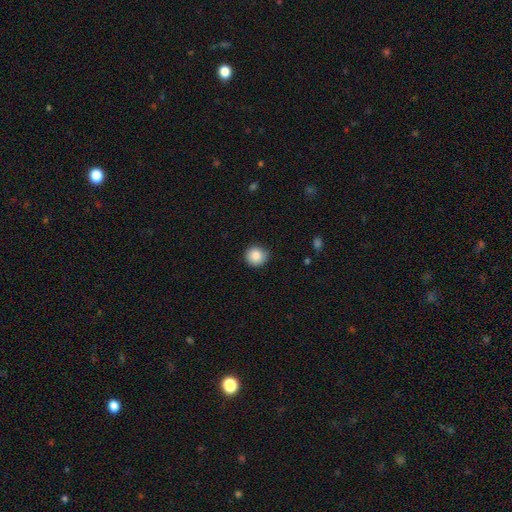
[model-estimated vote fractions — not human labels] smooth-or-featured: smooth: 87% | star or artifact: 9% | featured or disk: 4%
  how-rounded: round: 93% | in between: 6% | cigar-shaped: 1%
  merging: none: 83% | minor disturbance: 13% | major disturbance: 2% | merger: 1%